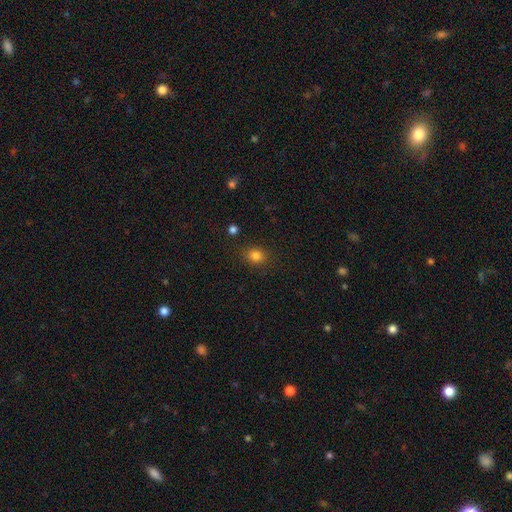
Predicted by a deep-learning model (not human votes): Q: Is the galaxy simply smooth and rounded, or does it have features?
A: smooth — 82%.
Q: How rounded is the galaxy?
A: round — 63%.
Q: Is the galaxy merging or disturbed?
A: none — 85%.